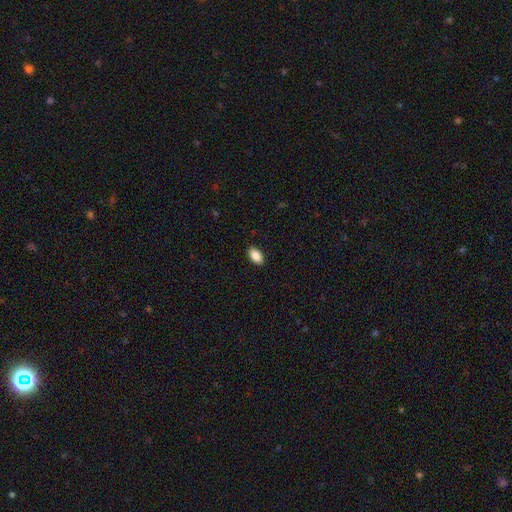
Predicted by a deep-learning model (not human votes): Smooth or featured? smooth (89%)
How rounded? in between (93%)
Merging? none (90%)